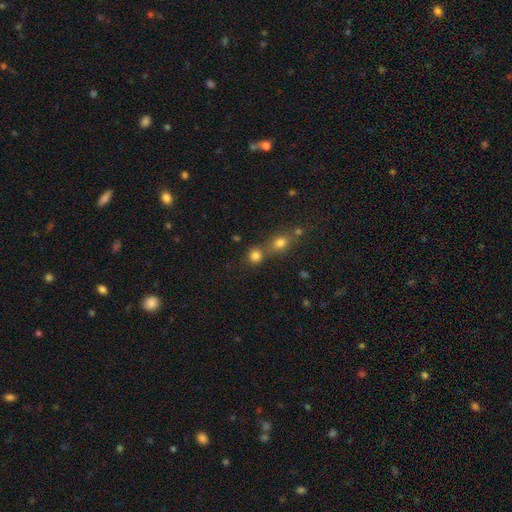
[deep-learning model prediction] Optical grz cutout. It shows a smooth galaxy with no disk features (79%) that is round (85%). Merging: none (54%).